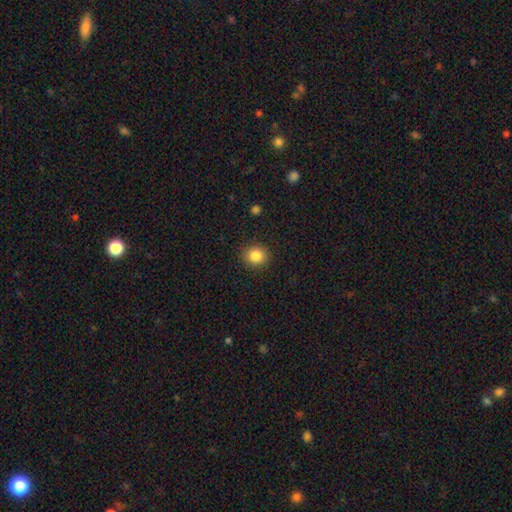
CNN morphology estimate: Smooth or featured?
  - smooth: 85% *
  - star or artifact: 10%
  - featured or disk: 5%
How rounded?
  - round: 82% *
  - in between: 17%
  - cigar-shaped: 1%
Merging?
  - none: 90% *
  - minor disturbance: 7%
  - major disturbance: 2%
  - merger: 1%